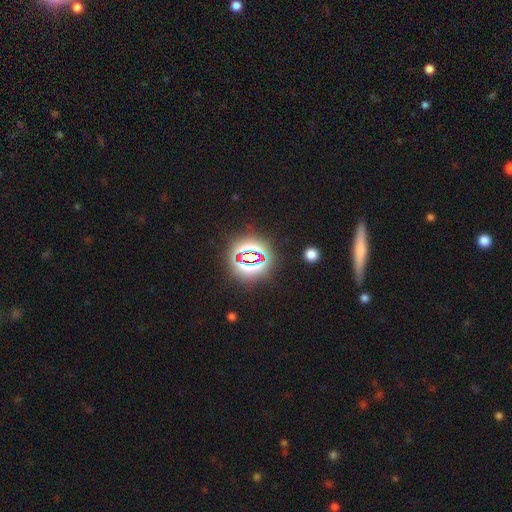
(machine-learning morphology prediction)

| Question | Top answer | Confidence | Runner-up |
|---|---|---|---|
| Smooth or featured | star or artifact | 71% | smooth (18%) |